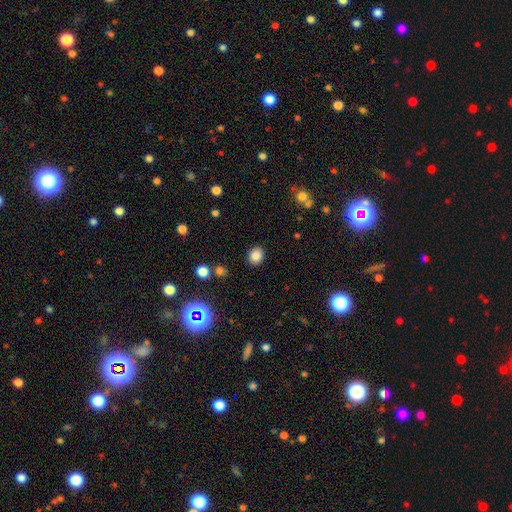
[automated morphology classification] smooth-or-featured: smooth: 84% | star or artifact: 11% | featured or disk: 4%
  how-rounded: round: 66% | in between: 33% | cigar-shaped: 1%
  merging: none: 89% | minor disturbance: 7% | major disturbance: 3% | merger: 2%